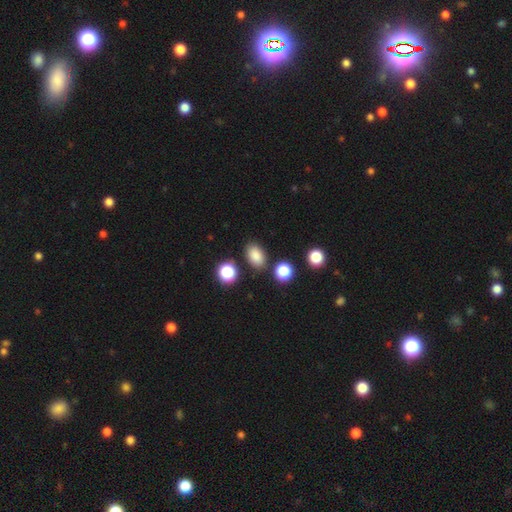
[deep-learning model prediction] smooth_or_featured: smooth (p=0.84) [alt: star or artifact p=0.11]
how_rounded: in between (p=0.86) [alt: round p=0.13]
merging: none (p=0.82) [alt: minor disturbance p=0.10]